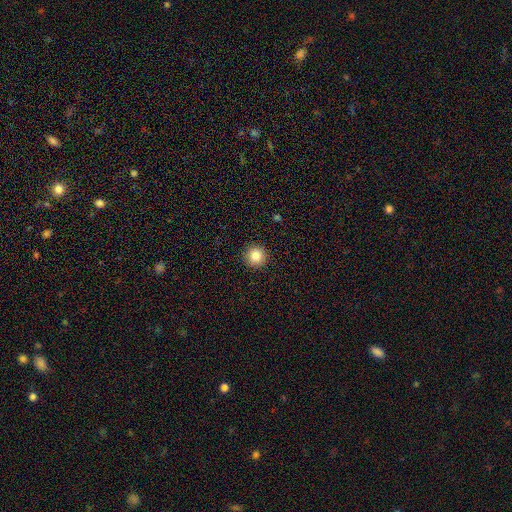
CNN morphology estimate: Q: Smooth or featured?
A: smooth (84%); runner-up: star or artifact (10%)
Q: How rounded?
A: round (96%); runner-up: in between (4%)
Q: Merging?
A: none (93%); runner-up: minor disturbance (5%)